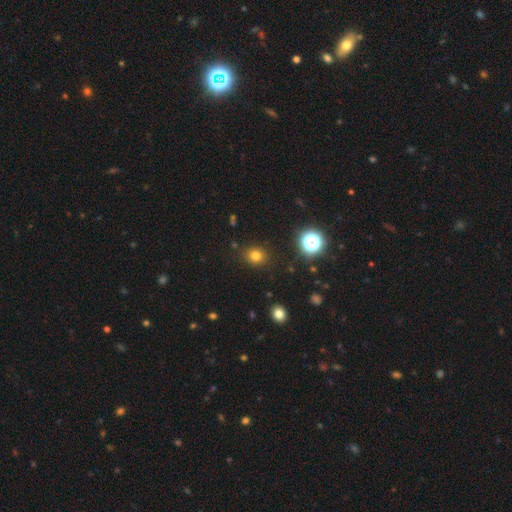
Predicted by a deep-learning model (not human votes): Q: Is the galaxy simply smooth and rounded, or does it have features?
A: smooth — 77%.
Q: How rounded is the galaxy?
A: round — 79%.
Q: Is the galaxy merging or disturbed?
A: none — 88%.